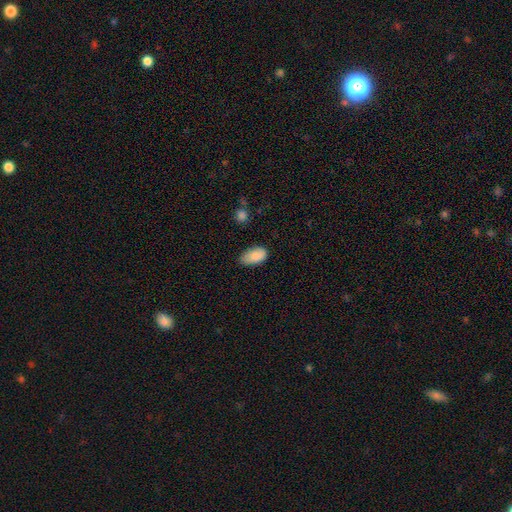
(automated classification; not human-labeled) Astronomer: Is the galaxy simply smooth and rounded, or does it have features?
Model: smooth — 87%.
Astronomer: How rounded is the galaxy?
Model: in between — 94%.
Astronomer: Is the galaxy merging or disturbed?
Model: none — 60%.